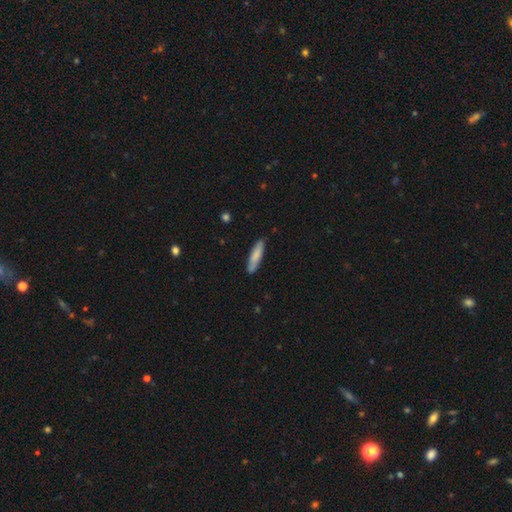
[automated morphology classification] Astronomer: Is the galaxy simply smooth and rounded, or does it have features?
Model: smooth — 81%.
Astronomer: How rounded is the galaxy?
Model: cigar-shaped — 78%.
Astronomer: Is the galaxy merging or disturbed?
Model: none — 86%.